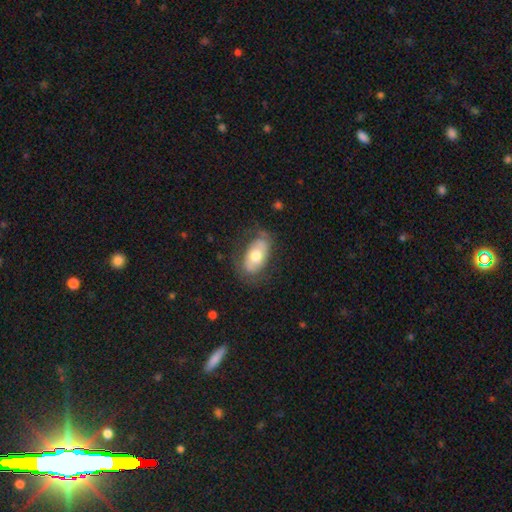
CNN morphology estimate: This appears to be a smooth galaxy with no disk features (55%) that is in between round and cigar-shaped (92%). Merging: none (70%).